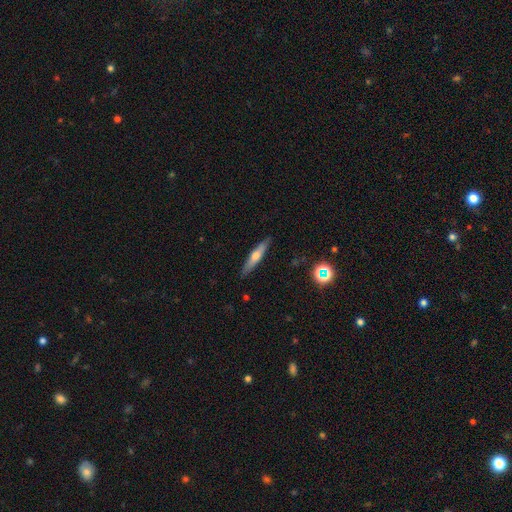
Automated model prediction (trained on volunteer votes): Smooth or featured? smooth (49%)
Merging? none (89%)